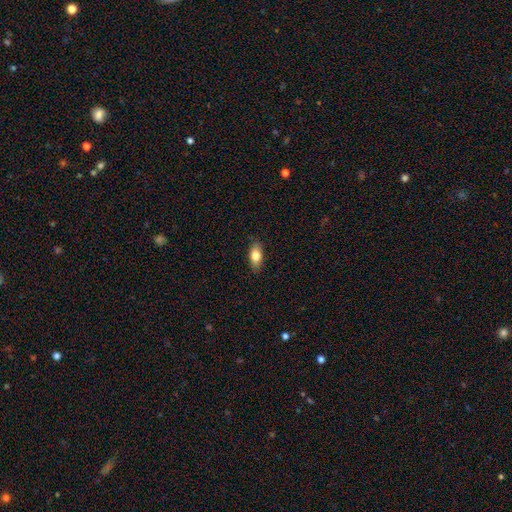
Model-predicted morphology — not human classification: type=smooth (80%); roundness=in between (86%); merging=none (87%).